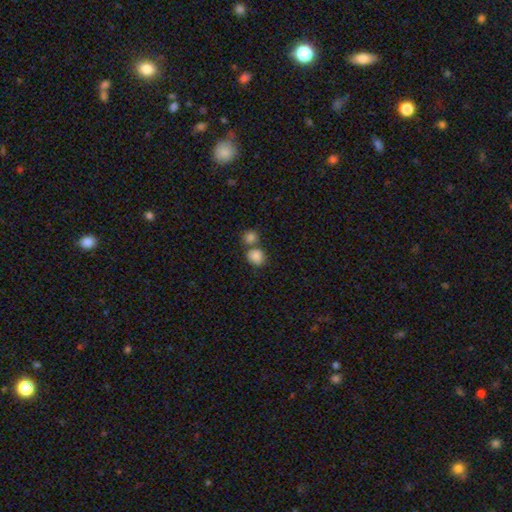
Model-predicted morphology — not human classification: Q: Smooth or featured?
A: smooth (86%); runner-up: star or artifact (9%)
Q: How rounded?
A: round (75%); runner-up: in between (24%)
Q: Merging?
A: none (49%); runner-up: merger (39%)